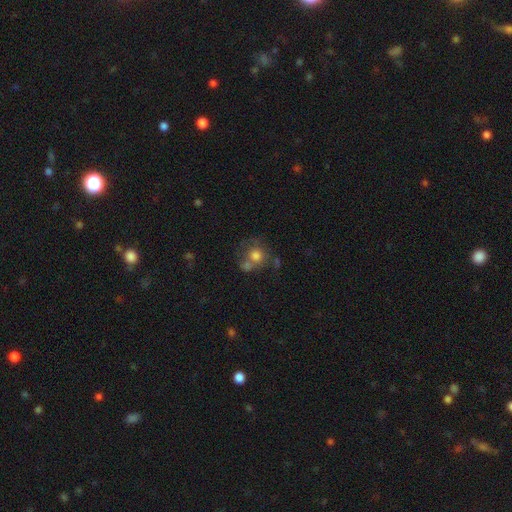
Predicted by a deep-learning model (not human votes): This is likely a smooth galaxy (72%). How rounded: clearly round (85%). Merging: possibly none (46%).